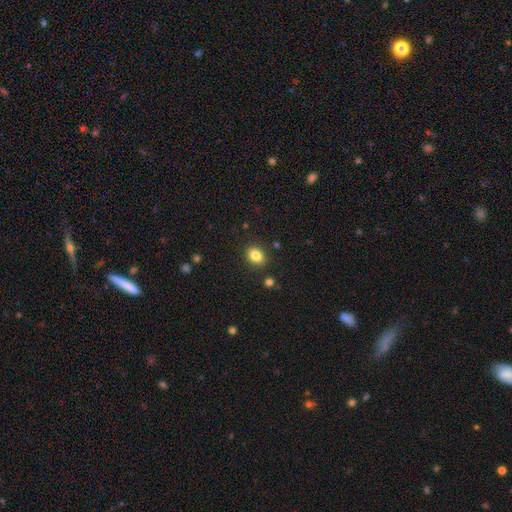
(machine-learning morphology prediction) smooth_or_featured: smooth (p=0.83) [alt: star or artifact p=0.10]
how_rounded: in between (p=0.61) [alt: round p=0.38]
merging: none (p=0.88) [alt: minor disturbance p=0.08]